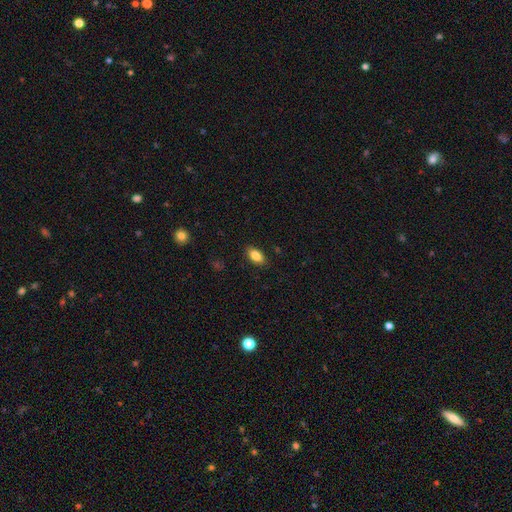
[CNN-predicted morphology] Smooth or featured? Predicted: smooth (p=0.86). How rounded? Predicted: in between (p=0.91). Merging? Predicted: none (p=0.86).